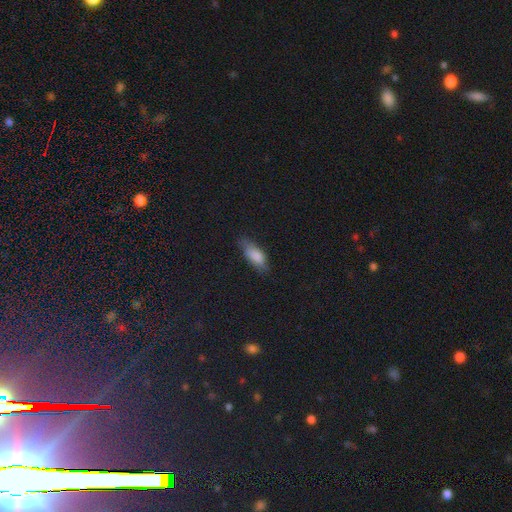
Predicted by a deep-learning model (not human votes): smooth-or-featured: smooth: 81% | featured or disk: 11% | star or artifact: 7%
  how-rounded: in between: 77% | cigar-shaped: 21% | round: 2%
  merging: none: 71% | minor disturbance: 23% | major disturbance: 5% | merger: 1%